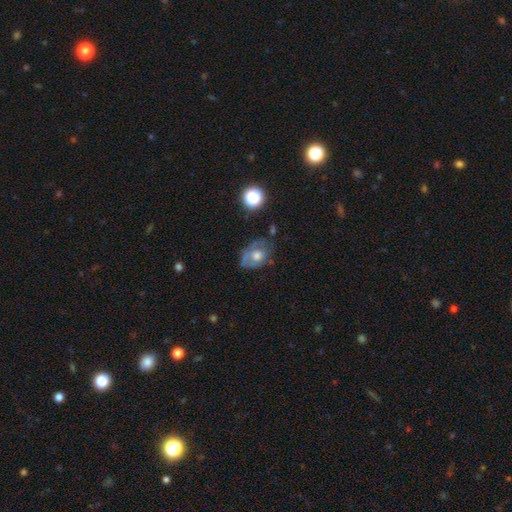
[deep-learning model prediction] This appears to be a smooth galaxy with no disk features (46%). Merging: none (47%).